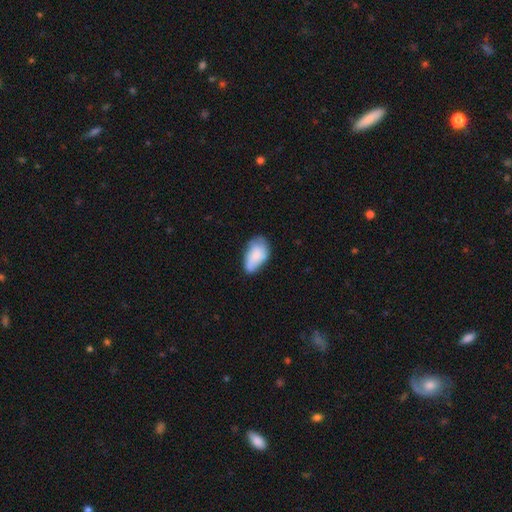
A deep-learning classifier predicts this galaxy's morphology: smooth-or-featured: smooth: 76% | featured or disk: 17% | star or artifact: 7%
  how-rounded: in between: 93% | round: 5% | cigar-shaped: 2%
  merging: none: 45% | minor disturbance: 39% | major disturbance: 12% | merger: 4%